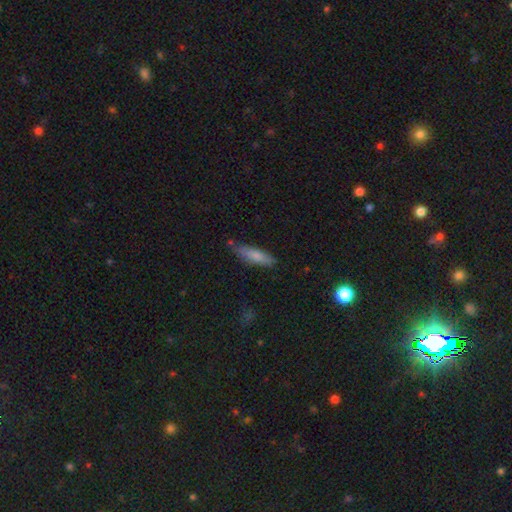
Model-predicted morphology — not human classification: Smooth or featured?
  - smooth: 78% *
  - featured or disk: 15%
  - star or artifact: 6%
How rounded?
  - cigar-shaped: 66% *
  - in between: 33%
  - round: 2%
Merging?
  - none: 73% *
  - minor disturbance: 20%
  - major disturbance: 4%
  - merger: 3%